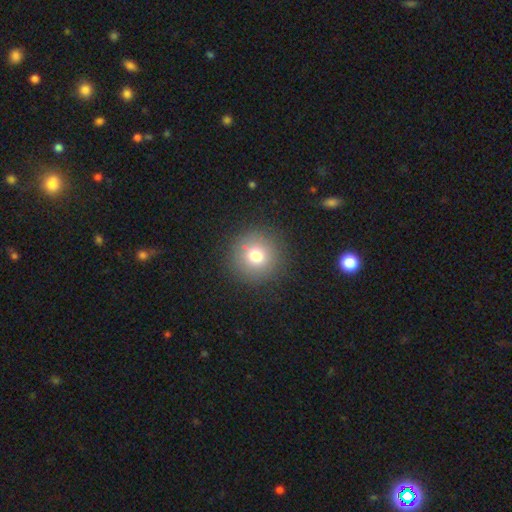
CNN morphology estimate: The model was most divided on "smooth or featured": smooth: 74%, star or artifact: 14%, featured or disk: 12%. More confident: how rounded — round (95%); merging — none (89%).